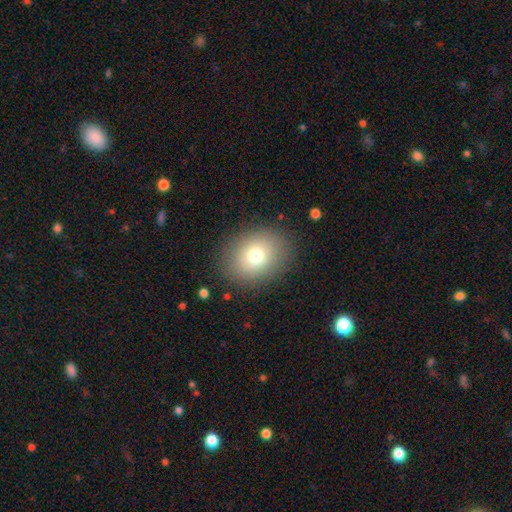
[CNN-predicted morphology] smooth-or-featured: smooth: 75% | featured or disk: 13% | star or artifact: 12%
  how-rounded: round: 52% | in between: 47% | cigar-shaped: 1%
  merging: none: 86% | minor disturbance: 9% | major disturbance: 4% | merger: 1%